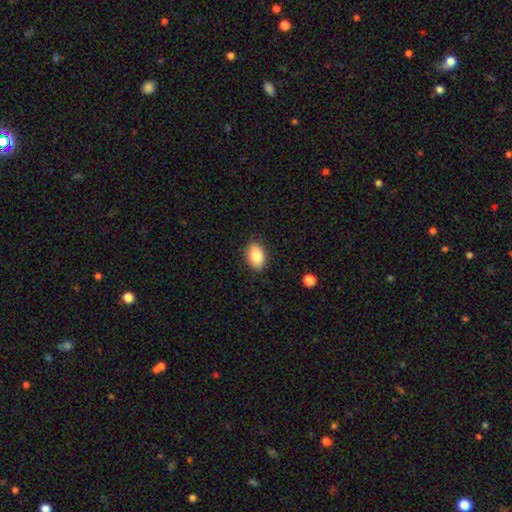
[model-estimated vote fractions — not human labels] This appears to be a smooth galaxy with no disk features (86%) that is in between round and cigar-shaped (88%). Merging: none (87%).